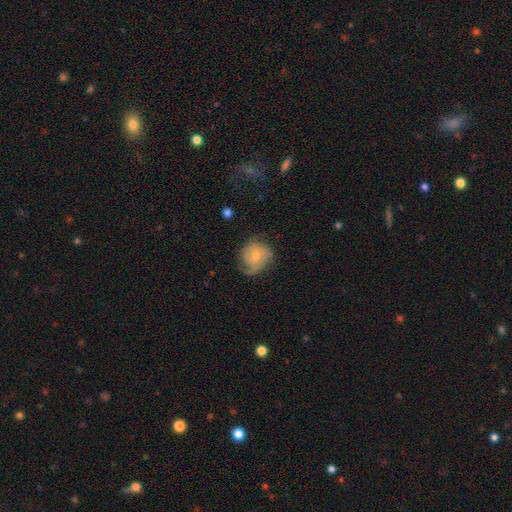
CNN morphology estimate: Overall: featured or disk (60%; smooth 33%). Edge-on disk: no (98%). Bar: no (77%). Spiral arms: yes (89%). Spiral arm count: 3 (29%; 2 27%). Spiral winding: medium (40%, tied with tight). Bulge size: small (58%; moderate 36%). Merging: none (56%; minor disturbance 28%).